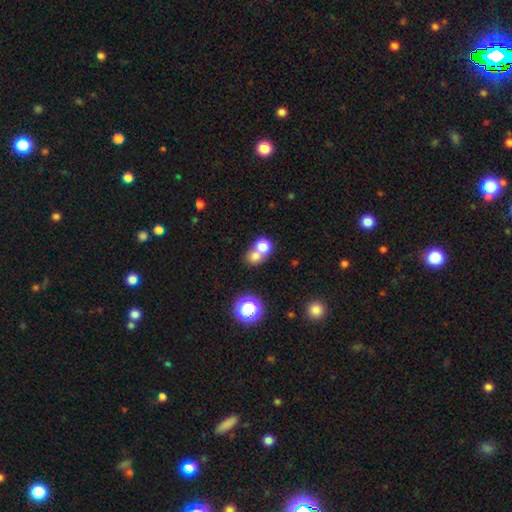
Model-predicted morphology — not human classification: This is likely a smooth galaxy (73%). How rounded: likely round (73%). Merging: possibly merger (58%).